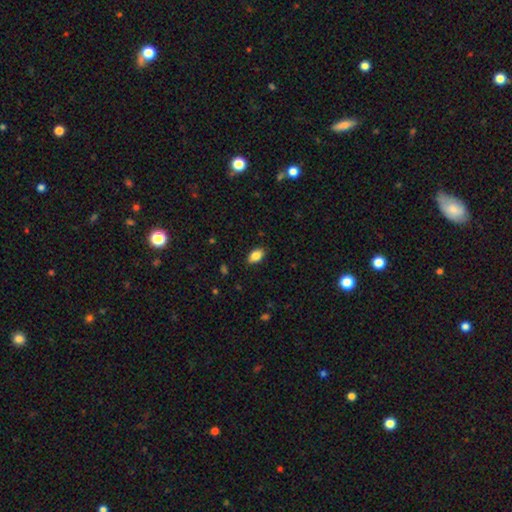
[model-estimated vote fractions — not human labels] Smooth or featured? Predicted: smooth (p=0.85). How rounded? Predicted: in between (p=0.91). Merging? Predicted: none (p=0.87).